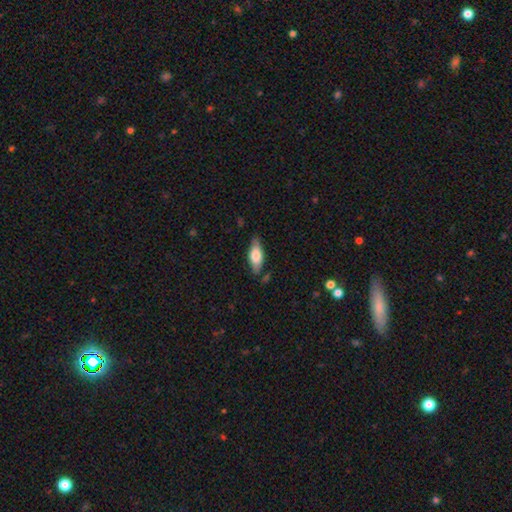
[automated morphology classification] Smooth or featured? Predicted: smooth (p=0.67). How rounded? Predicted: in between (p=0.76). Merging? Predicted: none (p=0.76).